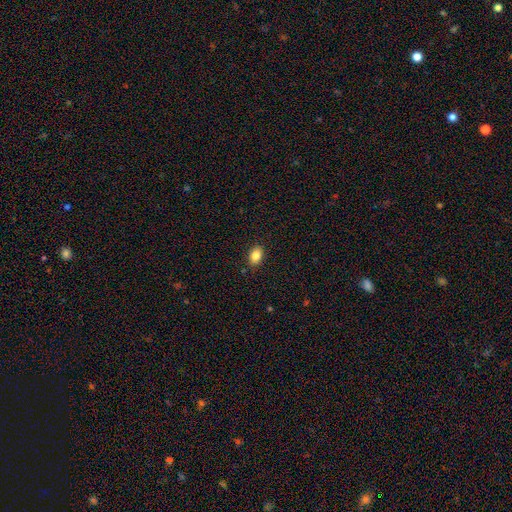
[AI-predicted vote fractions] Q: Smooth or featured?
A: smooth (84%); runner-up: star or artifact (9%)
Q: How rounded?
A: in between (84%); runner-up: round (14%)
Q: Merging?
A: none (88%); runner-up: minor disturbance (9%)